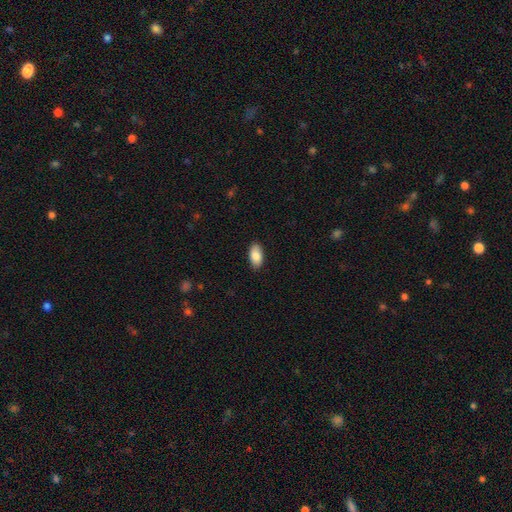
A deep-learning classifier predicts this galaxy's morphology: smooth-or-featured: smooth: 87% | featured or disk: 7% | star or artifact: 6%
  how-rounded: in between: 93% | cigar-shaped: 4% | round: 3%
  merging: none: 87% | minor disturbance: 10% | major disturbance: 2% | merger: 1%